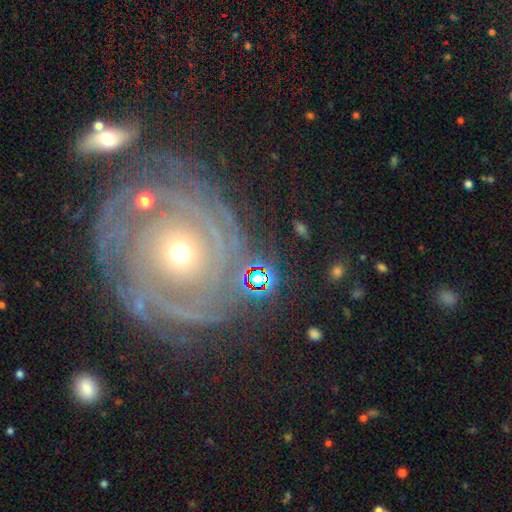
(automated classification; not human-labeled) This appears to be a featured or disk galaxy (85%) with no bar (84%), tight (86%) spiral arms (95%) and a small central bulge (52%). Merging: none (73%).